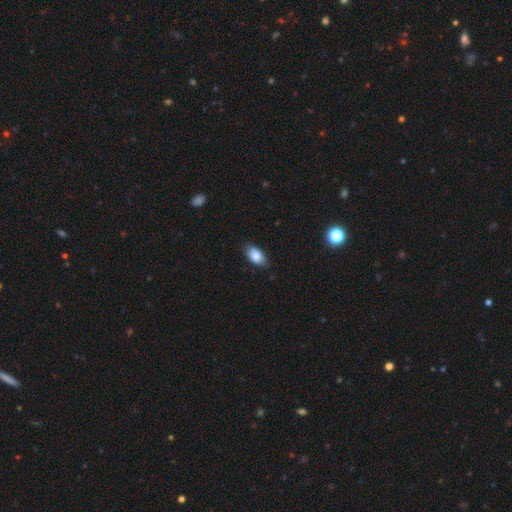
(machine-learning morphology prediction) smooth-or-featured: smooth: 84% | featured or disk: 8% | star or artifact: 7%
  how-rounded: in between: 91% | round: 5% | cigar-shaped: 3%
  merging: none: 80% | minor disturbance: 16% | major disturbance: 3% | merger: 1%